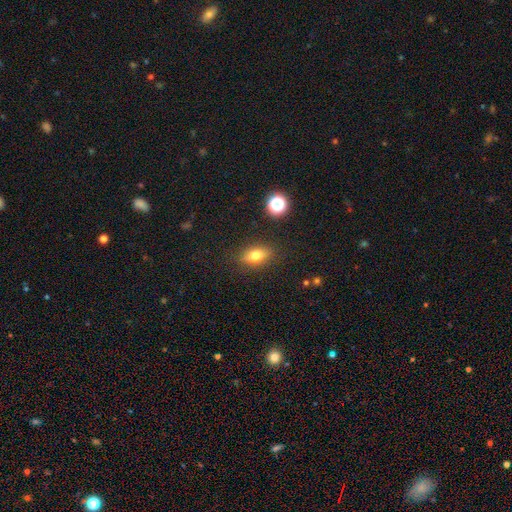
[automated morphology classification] Overall: smooth (71%). How rounded: in between (74%). Merging: none (86%).